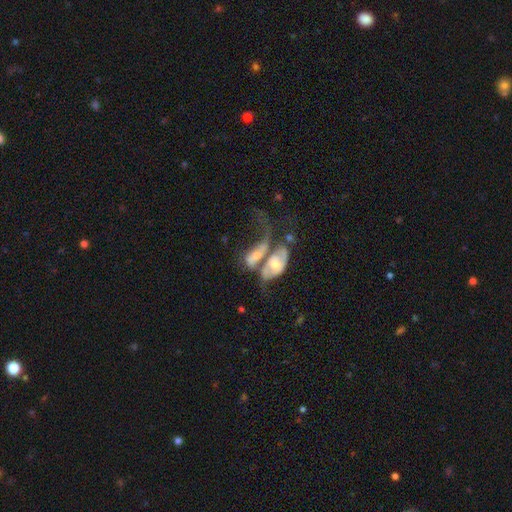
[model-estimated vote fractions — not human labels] smooth-or-featured: featured or disk: 57% | smooth: 36% | star or artifact: 7%
  disk-edge-on: no: 90% | yes: 10%
    bar: no: 67% | weak: 24% | strong: 9%
    has-spiral-arms: yes: 63% | no: 37%
    bulge-size: moderate: 52% | small: 36% | large: 6% | none: 4% | dominant: 2%
  merging: merger: 68% | major disturbance: 15% | none: 10% | minor disturbance: 8%